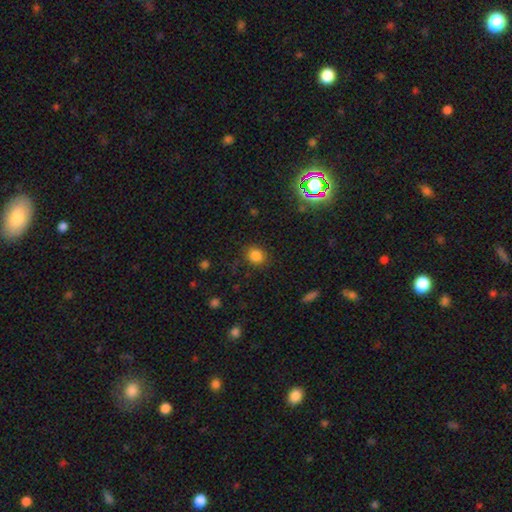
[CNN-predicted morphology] Overall: smooth (81%). How rounded: round (74%). Merging: none (83%).